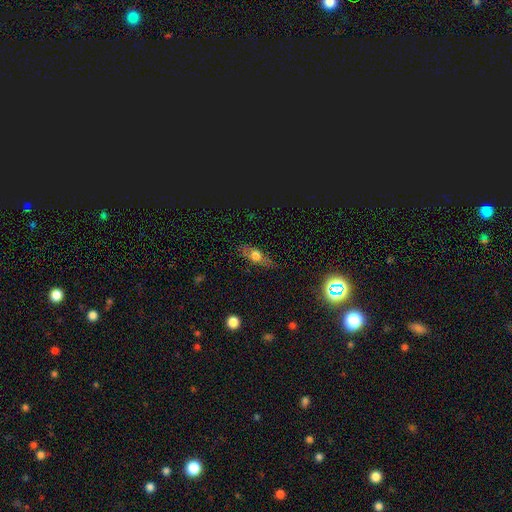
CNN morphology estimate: Q: Smooth or featured?
A: smooth (54%); runner-up: featured or disk (35%)
Q: How rounded?
A: in between (57%); runner-up: cigar-shaped (31%)
Q: Merging?
A: none (76%); runner-up: minor disturbance (17%)